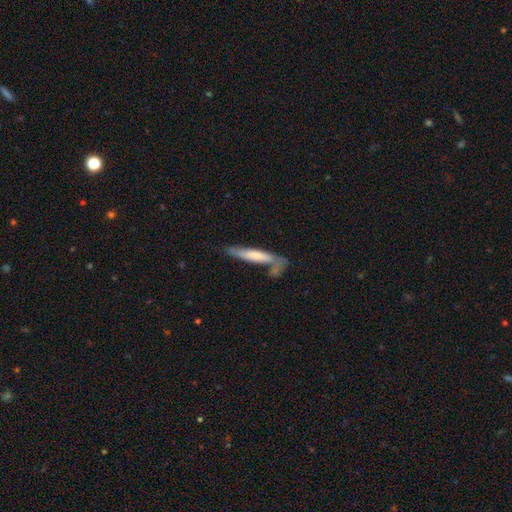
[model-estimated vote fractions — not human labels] Q: Smooth or featured?
A: smooth (61%); runner-up: featured or disk (34%)
Q: How rounded?
A: cigar-shaped (87%); runner-up: in between (11%)
Q: Merging?
A: none (48%); runner-up: minor disturbance (22%)